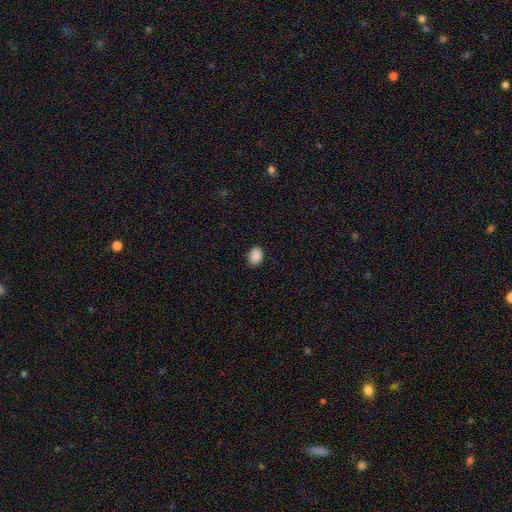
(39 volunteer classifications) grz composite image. It shows a smooth galaxy with no disk features (97%) that is in between round and cigar-shaped (71%). Merging: none (84%).